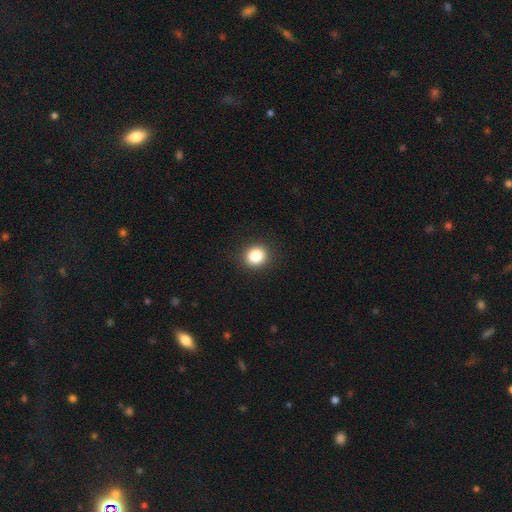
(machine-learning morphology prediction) Smooth or featured? smooth (86%)
How rounded? round (76%)
Merging? none (91%)